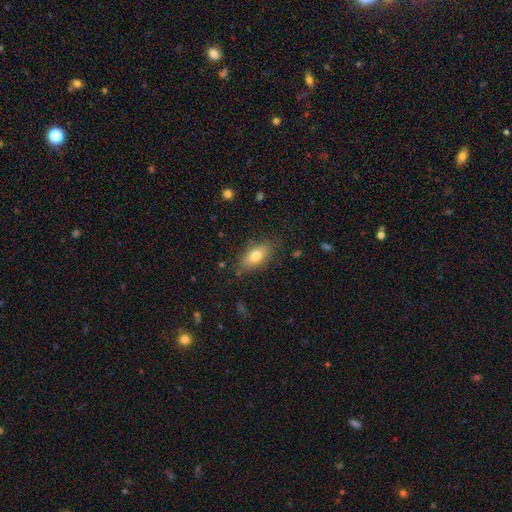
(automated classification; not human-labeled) This is likely a smooth galaxy (73%). How rounded: clearly in between (82%). Merging: clearly none (80%).